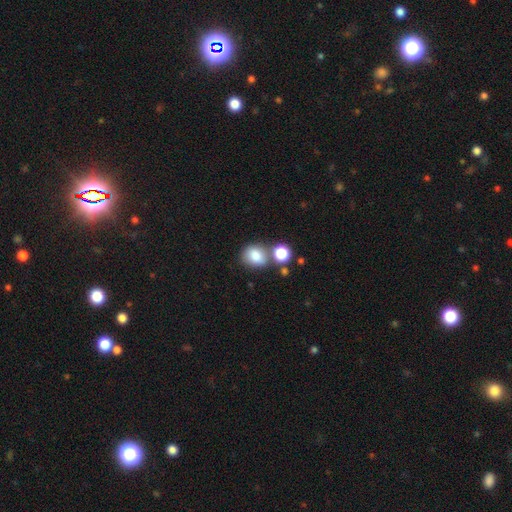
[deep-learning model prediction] Morphology: type=smooth (79%); roundness=round (60%); merging=none (59%).